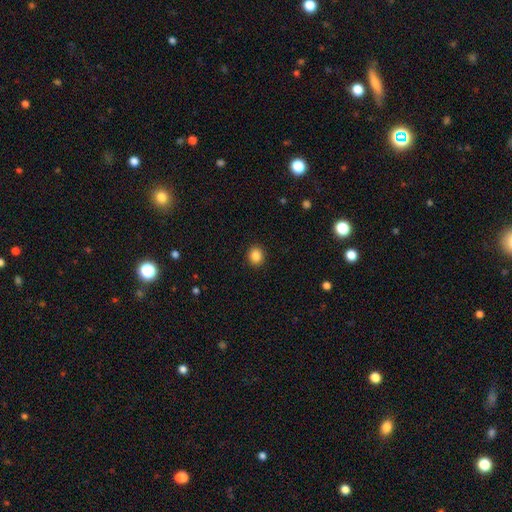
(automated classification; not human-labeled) A smooth galaxy with no disk features (86%) that is round (73%).

Vote fractions:
- Smooth or featured? smooth: 86% / star or artifact: 10% / featured or disk: 4%
- How rounded? round: 73% / in between: 26% / cigar-shaped: 1%
- Merging? none: 92% / minor disturbance: 6% / major disturbance: 2% / merger: 1%